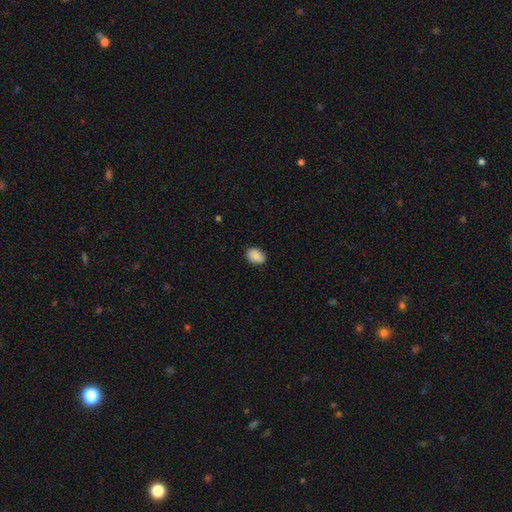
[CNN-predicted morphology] smooth_or_featured: smooth (p=0.89) [alt: star or artifact p=0.07]
how_rounded: in between (p=0.75) [alt: round p=0.24]
merging: none (p=0.87) [alt: minor disturbance p=0.10]